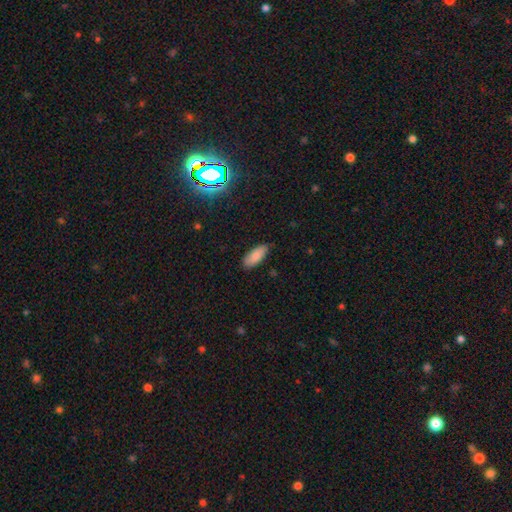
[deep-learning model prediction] Overall: smooth (86%). How rounded: in between (83%). Merging: none (78%).